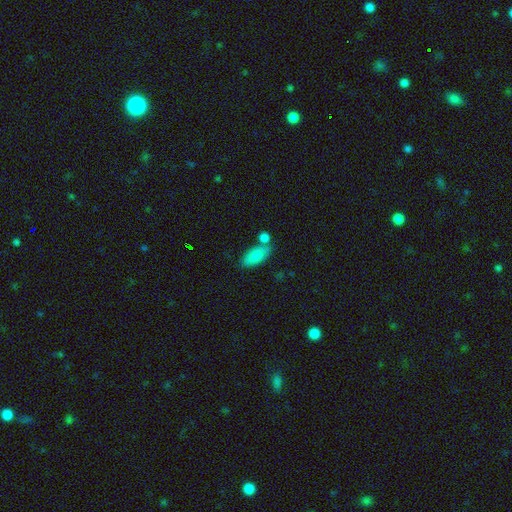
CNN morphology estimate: Smooth or featured: smooth — 84% (featured or disk — 9%)
How rounded: in between — 87% (cigar-shaped — 10%)
Merging: none — 62% (merger — 20%)